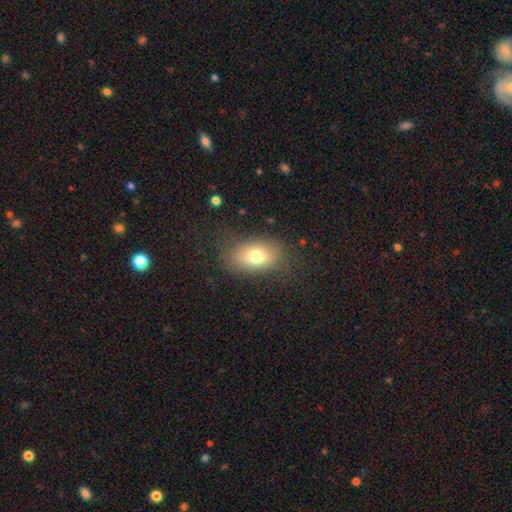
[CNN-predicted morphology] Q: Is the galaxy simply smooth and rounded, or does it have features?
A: smooth — 73%.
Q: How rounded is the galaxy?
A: in between — 81%.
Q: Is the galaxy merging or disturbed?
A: none — 78%.